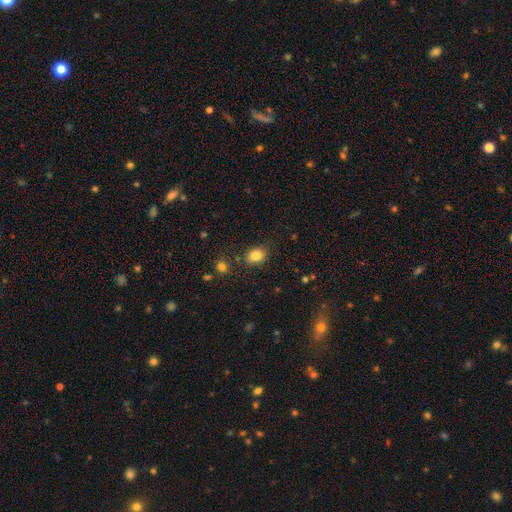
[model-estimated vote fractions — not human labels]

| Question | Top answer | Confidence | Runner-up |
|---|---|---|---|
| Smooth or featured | smooth | 84% | star or artifact (10%) |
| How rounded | in between | 59% | round (40%) |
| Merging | none | 79% | minor disturbance (14%) |